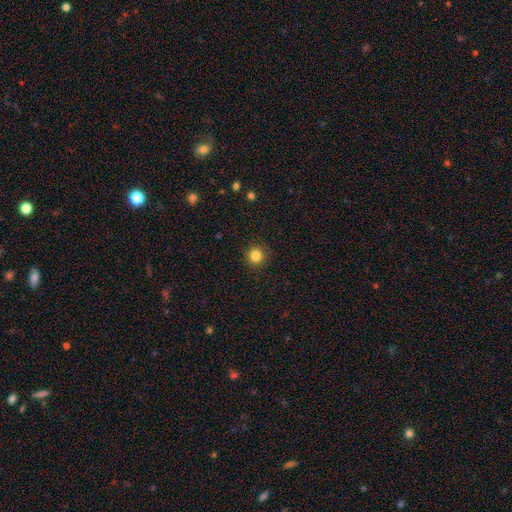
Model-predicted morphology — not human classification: Overall: smooth (84%). How rounded: round (95%). Merging: none (92%).